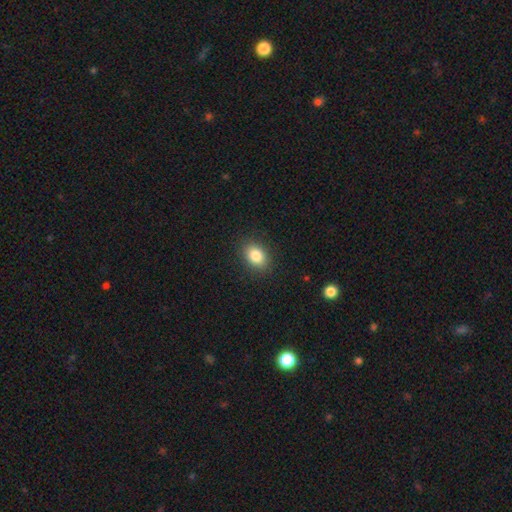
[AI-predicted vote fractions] Smooth or featured? smooth (84%)
How rounded? in between (77%)
Merging? none (88%)